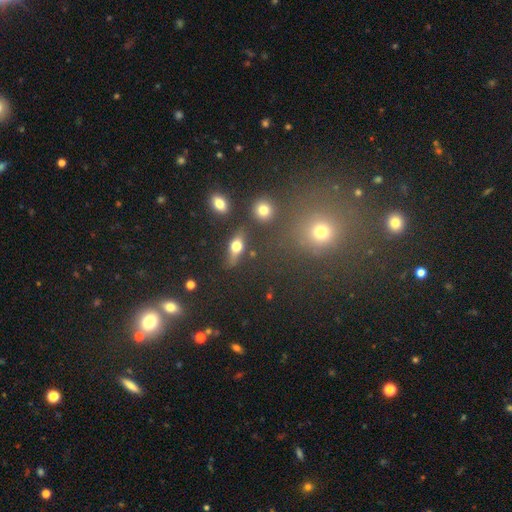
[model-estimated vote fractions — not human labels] This appears to be a smooth galaxy with no disk features (47%). Merging: none (81%).